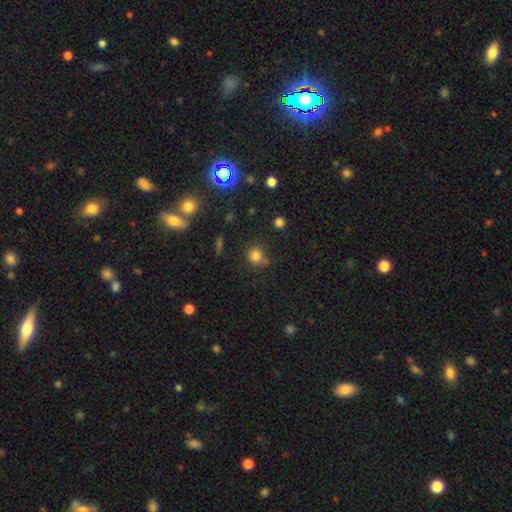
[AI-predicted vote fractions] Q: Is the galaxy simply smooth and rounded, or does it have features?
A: smooth — 79%.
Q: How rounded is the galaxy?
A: round — 87%.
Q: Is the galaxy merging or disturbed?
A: none — 68%.